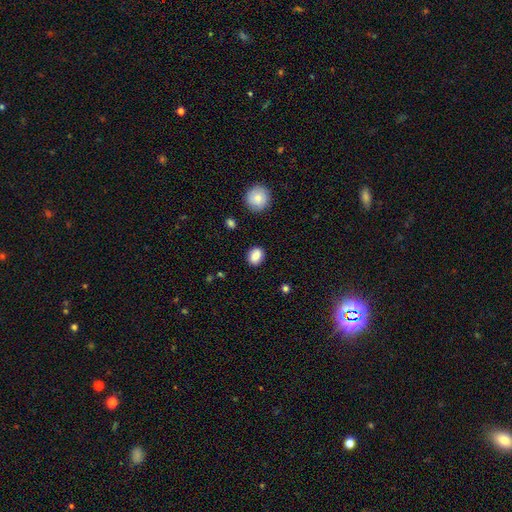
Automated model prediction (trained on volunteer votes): The model was most divided on "how rounded": in between: 51%, round: 48%, cigar-shaped: 1%. More confident: merging — none (85%); smooth or featured — smooth (85%).